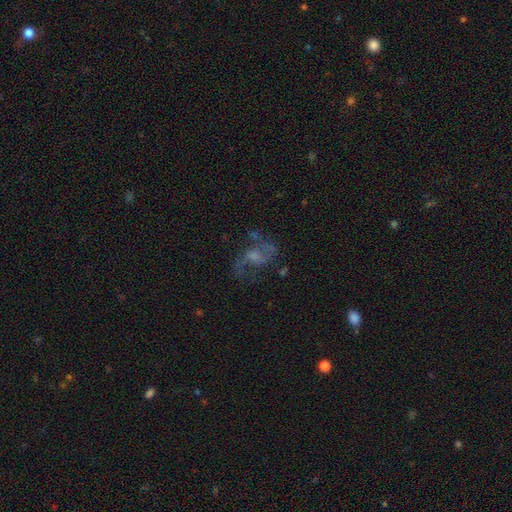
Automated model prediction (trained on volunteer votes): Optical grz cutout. It shows a featured or disk galaxy (71%) with no bar (56%), 2 (82%) loose (62%) spiral arms (81%) and a small central bulge (42%). Merging: none (54%).